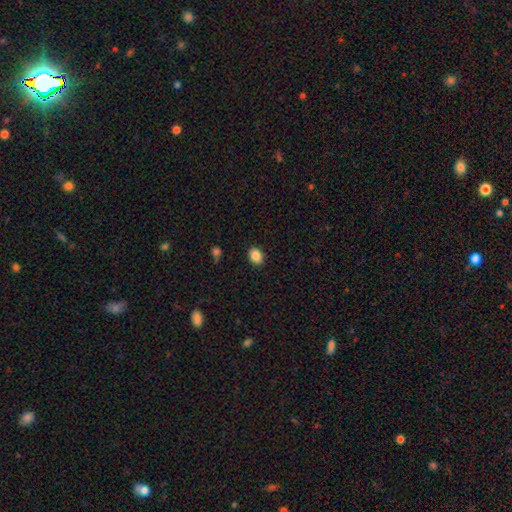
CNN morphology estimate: smooth_or_featured: smooth (p=0.87) [alt: star or artifact p=0.09]
how_rounded: in between (p=0.66) [alt: round p=0.33]
merging: none (p=0.90) [alt: minor disturbance p=0.07]